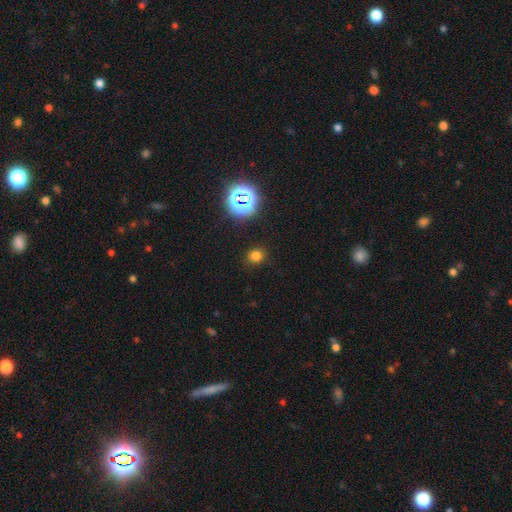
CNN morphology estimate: Q: Smooth or featured?
A: smooth (73%); runner-up: star or artifact (22%)
Q: How rounded?
A: round (84%); runner-up: in between (15%)
Q: Merging?
A: none (88%); runner-up: minor disturbance (7%)